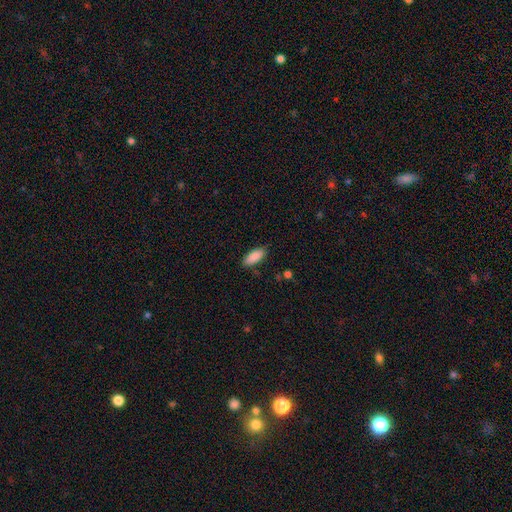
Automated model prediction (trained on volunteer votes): Smooth or featured? Predicted: smooth (p=0.89). How rounded? Predicted: in between (p=0.79). Merging? Predicted: none (p=0.84).